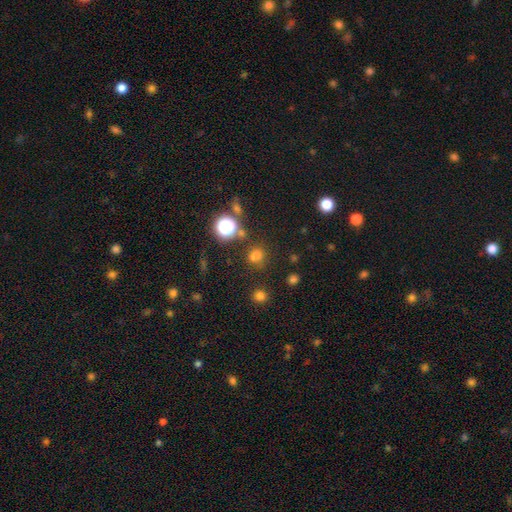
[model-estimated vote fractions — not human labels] Smooth or featured?
  - smooth: 67% *
  - star or artifact: 27%
  - featured or disk: 6%
How rounded?
  - round: 71% *
  - in between: 28%
  - cigar-shaped: 1%
Merging?
  - none: 72% *
  - minor disturbance: 13%
  - merger: 9%
  - major disturbance: 6%